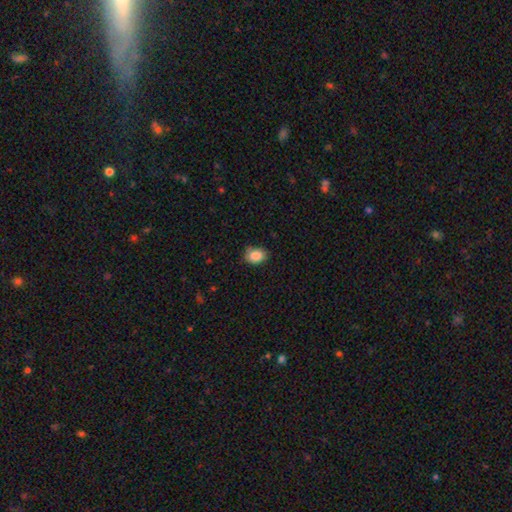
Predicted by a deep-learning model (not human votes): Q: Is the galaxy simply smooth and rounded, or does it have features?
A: smooth — 88%.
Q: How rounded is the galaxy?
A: in between — 70%.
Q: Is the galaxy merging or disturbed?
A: none — 79%.